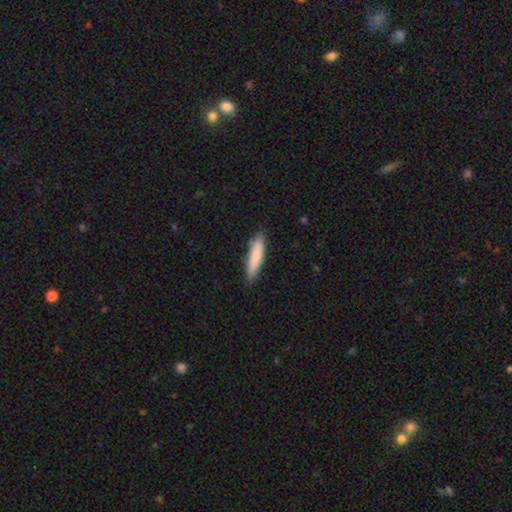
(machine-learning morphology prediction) Smooth or featured?
  - smooth: 81% *
  - featured or disk: 13%
  - star or artifact: 6%
How rounded?
  - cigar-shaped: 82% *
  - in between: 16%
  - round: 1%
Merging?
  - none: 84% *
  - minor disturbance: 12%
  - major disturbance: 2%
  - merger: 1%